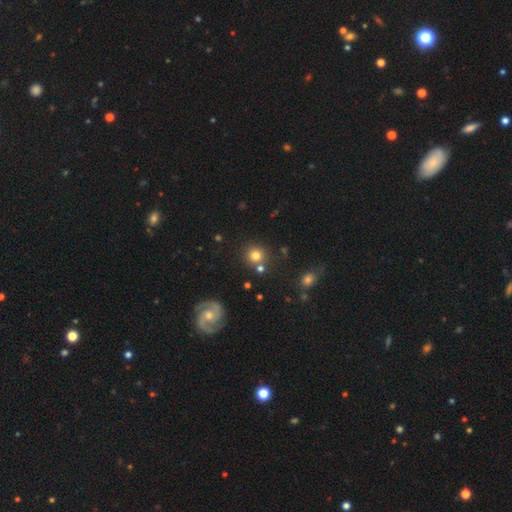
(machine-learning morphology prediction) smooth_or_featured: smooth (p=0.75) [alt: star or artifact p=0.13]
how_rounded: round (p=0.92) [alt: in between p=0.07]
merging: none (p=0.78) [alt: merger p=0.11]